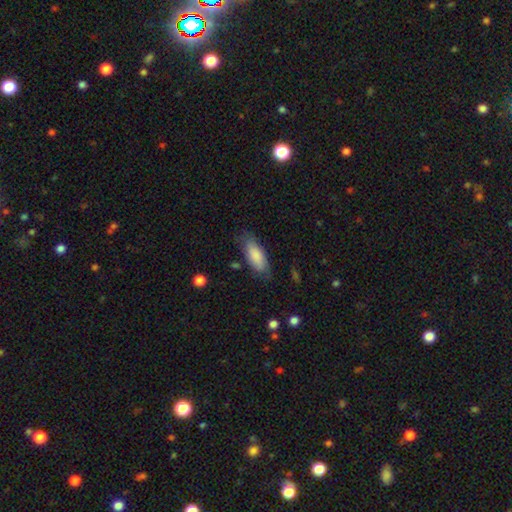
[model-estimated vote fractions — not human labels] smooth_or_featured: smooth (p=0.83) [alt: featured or disk p=0.11]
how_rounded: in between (p=0.77) [alt: cigar-shaped p=0.21]
merging: none (p=0.73) [alt: minor disturbance p=0.20]